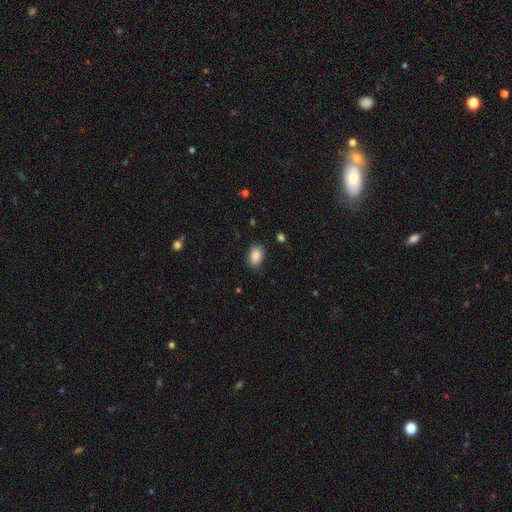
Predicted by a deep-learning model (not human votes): A smooth galaxy with no disk features (88%) that is in between round and cigar-shaped (86%). Merging: none (83%).